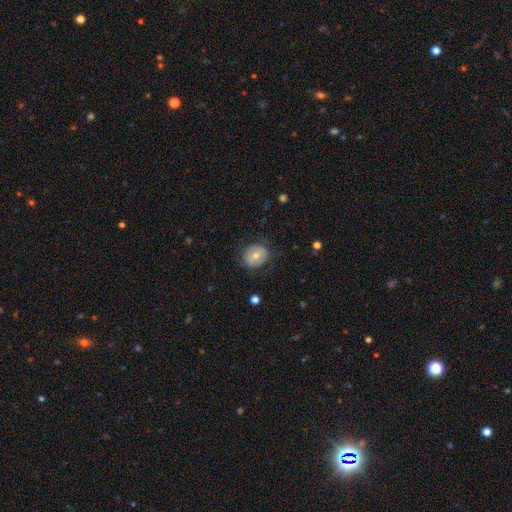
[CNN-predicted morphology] Smooth or featured? smooth (64%)
How rounded? round (75%)
Merging? none (75%)